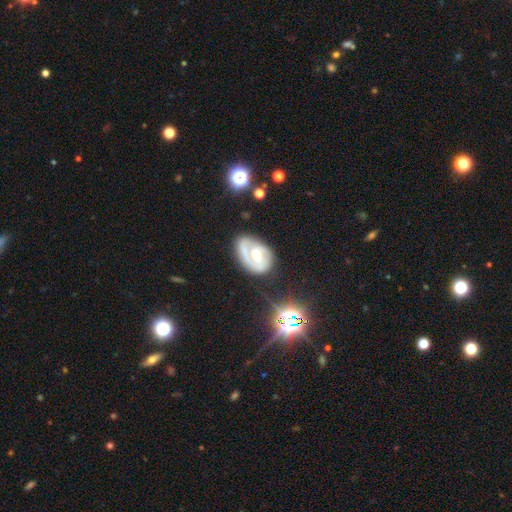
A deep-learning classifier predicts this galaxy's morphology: type=featured or disk (71%); edge-on=no (97%); bar=no (45%); spiral arms=yes (81%); winding=tight (49%); arm count=1 (40%); bulge=moderate (55%); merging=none (56%).